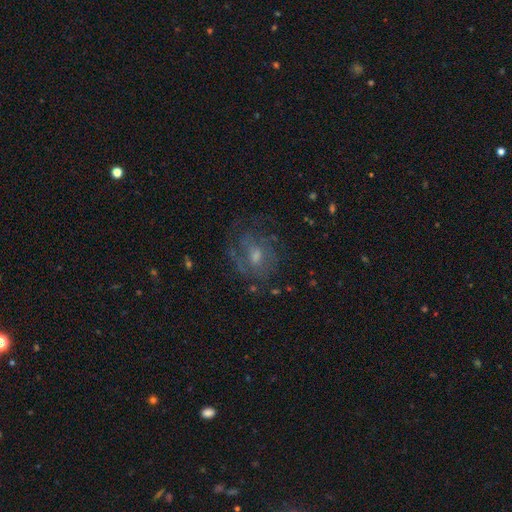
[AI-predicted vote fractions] Smooth or featured?
  - featured or disk: 63% *
  - smooth: 23%
  - star or artifact: 14%
Edge-on disk?
  - no: 96% *
  - yes: 4%
Bar?
  - no: 60% *
  - weak: 34%
  - strong: 6%
Spiral arms?
  - yes: 72% *
  - no: 28%
Bulge size?
  - moderate: 49% *
  - small: 39%
  - none: 6%
  - large: 5%
  - dominant: 1%
Merging?
  - none: 62% *
  - minor disturbance: 19%
  - major disturbance: 18%
  - merger: 2%